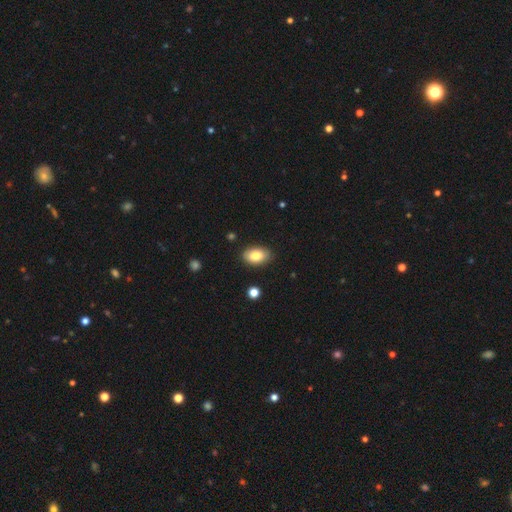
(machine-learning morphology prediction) The model was most divided on "smooth or featured": smooth: 83%, featured or disk: 10%, star or artifact: 8%. More confident: how rounded — in between (91%); merging — none (86%).